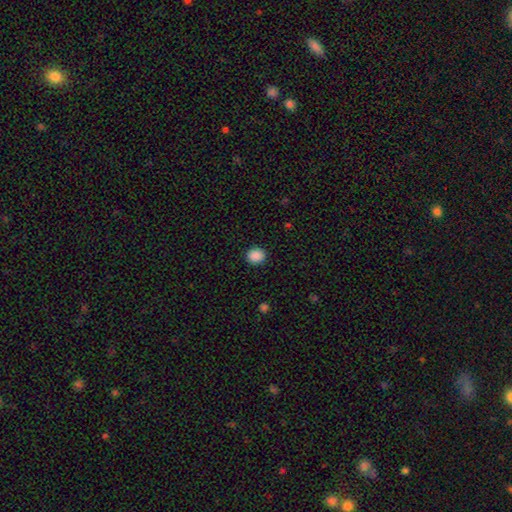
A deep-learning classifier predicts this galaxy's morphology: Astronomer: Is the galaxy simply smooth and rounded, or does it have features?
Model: smooth — 89%.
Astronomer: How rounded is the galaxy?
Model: round — 70%.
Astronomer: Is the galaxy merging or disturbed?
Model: none — 91%.